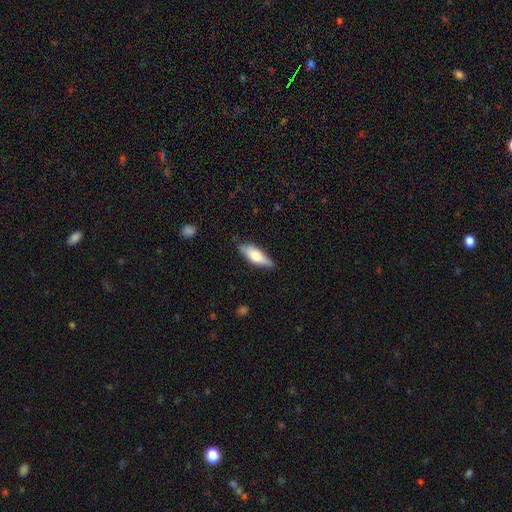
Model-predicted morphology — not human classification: This is likely a smooth galaxy (66%). How rounded: likely in between (61%). Merging: likely none (80%).